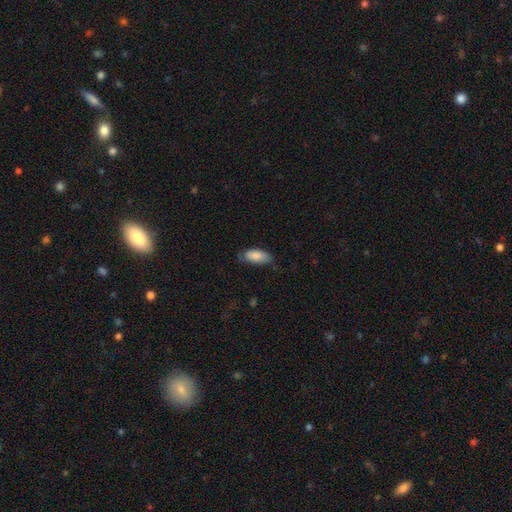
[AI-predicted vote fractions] Smooth or featured? Predicted: smooth (p=0.85). How rounded? Predicted: in between (p=0.88). Merging? Predicted: none (p=0.64).